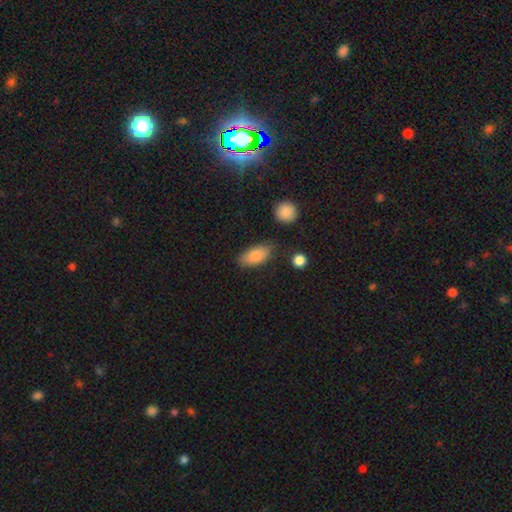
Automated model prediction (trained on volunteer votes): Smooth or featured? Predicted: smooth (p=0.84). How rounded? Predicted: in between (p=0.89). Merging? Predicted: none (p=0.71).